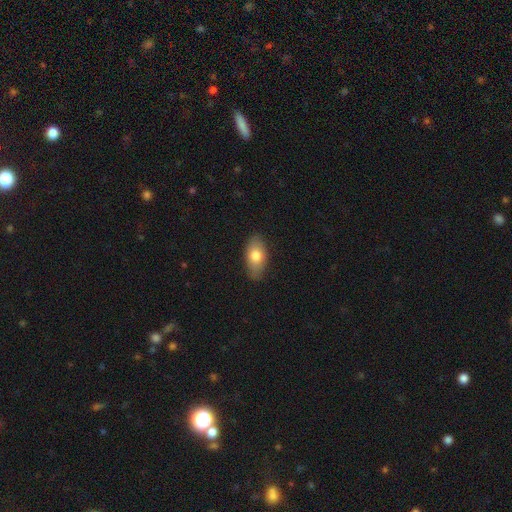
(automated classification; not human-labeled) Smooth or featured: smooth — 76% (featured or disk — 17%)
How rounded: in between — 91% (round — 5%)
Merging: none — 82% (minor disturbance — 14%)